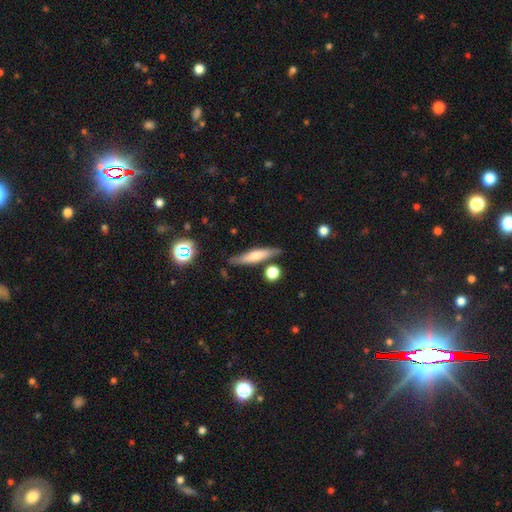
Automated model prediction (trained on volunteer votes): This is possibly a smooth galaxy (52%). How rounded: clearly cigar-shaped (82%). Merging: likely none (78%).